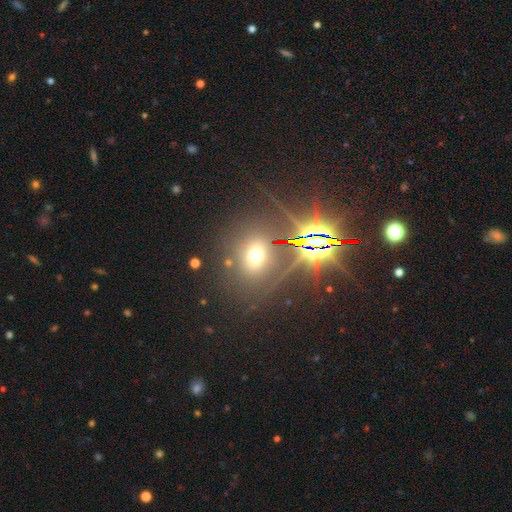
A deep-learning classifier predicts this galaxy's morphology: smooth_or_featured: smooth (p=0.52) [alt: star or artifact p=0.35]
how_rounded: round (p=0.61) [alt: in between p=0.37]
merging: none (p=0.77) [alt: minor disturbance p=0.11]